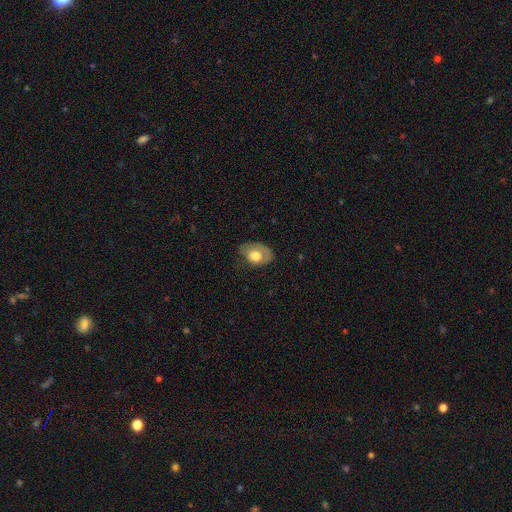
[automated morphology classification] smooth-or-featured: smooth: 60% | featured or disk: 34% | star or artifact: 7%
  how-rounded: in between: 79% | round: 19% | cigar-shaped: 1%
  merging: none: 49% | minor disturbance: 31% | major disturbance: 19% | merger: 2%